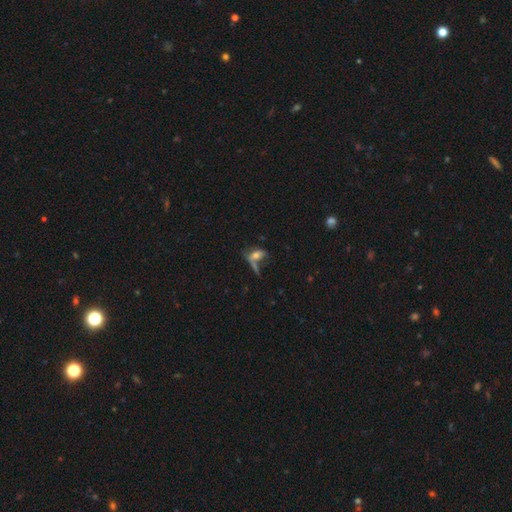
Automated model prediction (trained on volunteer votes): Smooth or featured: smooth — 53% (featured or disk — 34%)
How rounded: in between — 71% (cigar-shaped — 21%)
Merging: none — 40% (merger — 27%)